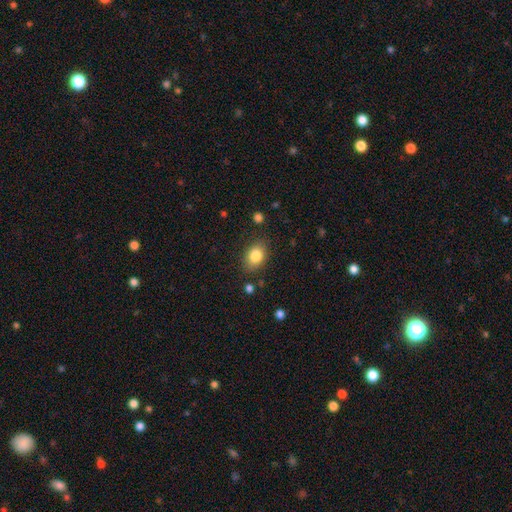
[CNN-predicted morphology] This appears to be a smooth galaxy with no disk features (83%) that is in between round and cigar-shaped (73%). Merging: none (82%).